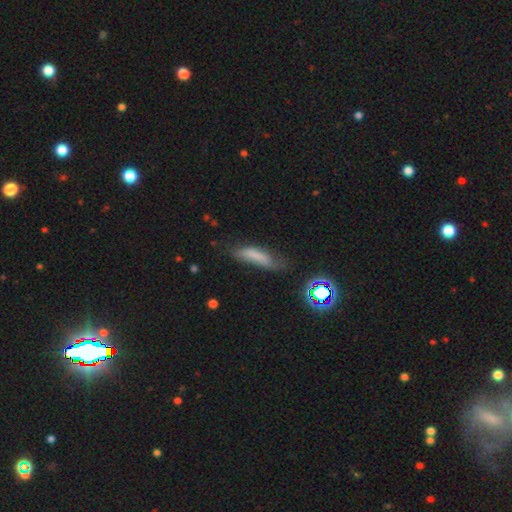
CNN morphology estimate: A smooth galaxy with no disk features (67%) that is cigar-shaped (65%). Merging: none (45%).